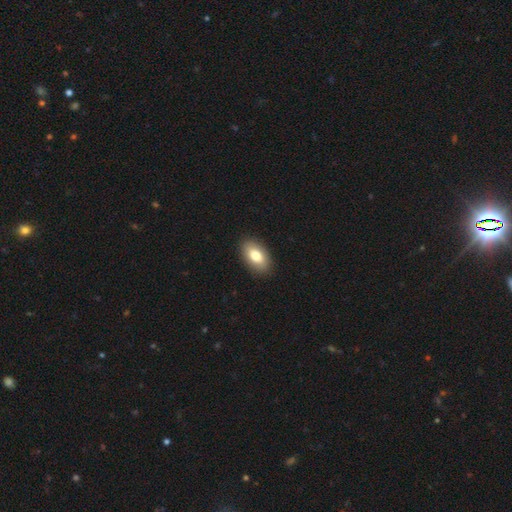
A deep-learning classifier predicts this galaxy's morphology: This appears to be a smooth galaxy with no disk features (80%) that is in between round and cigar-shaped (93%). Merging: none (90%).